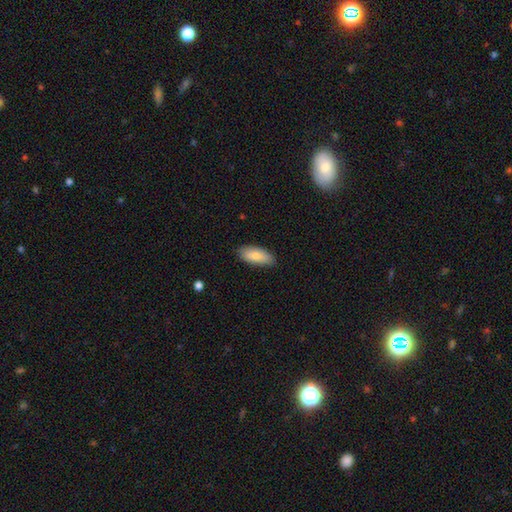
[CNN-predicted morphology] Smooth or featured: smooth — 81% (featured or disk — 14%)
How rounded: in between — 83% (cigar-shaped — 15%)
Merging: none — 85% (minor disturbance — 12%)